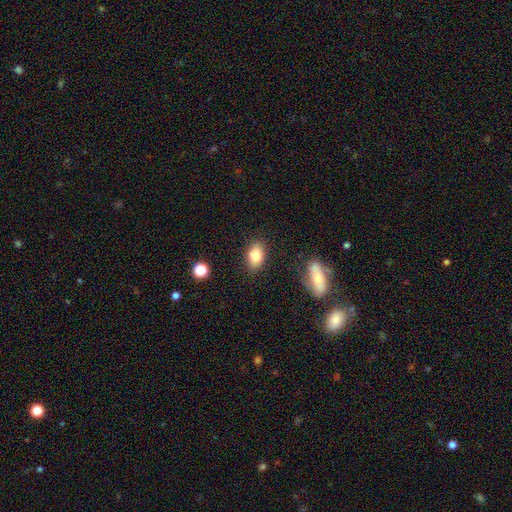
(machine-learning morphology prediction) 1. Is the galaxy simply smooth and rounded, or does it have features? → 81% smooth, 11% featured or disk, 8% star or artifact.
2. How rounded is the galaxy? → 86% in between, 12% round, 2% cigar-shaped.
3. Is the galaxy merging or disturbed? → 85% none, 10% minor disturbance, 3% major disturbance, 2% merger.